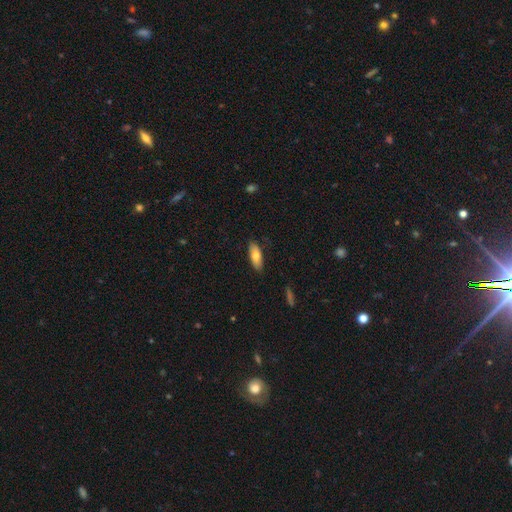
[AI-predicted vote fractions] A smooth galaxy with no disk features (76%) that is in between round and cigar-shaped (68%). Merging: none (84%).